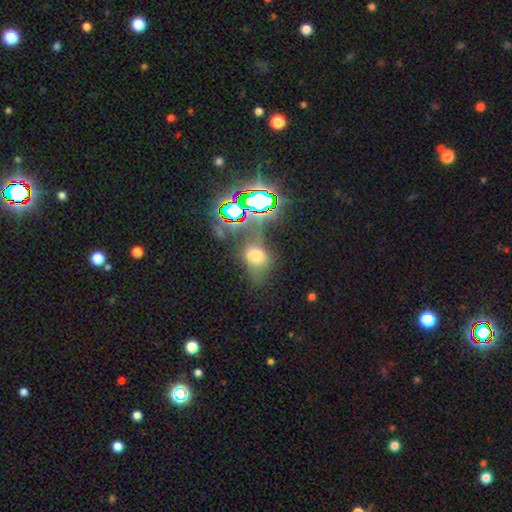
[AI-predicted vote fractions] smooth_or_featured: smooth (p=0.55) [alt: star or artifact p=0.30]
how_rounded: in between (p=0.62) [alt: round p=0.36]
merging: none (p=0.53) [alt: minor disturbance p=0.20]